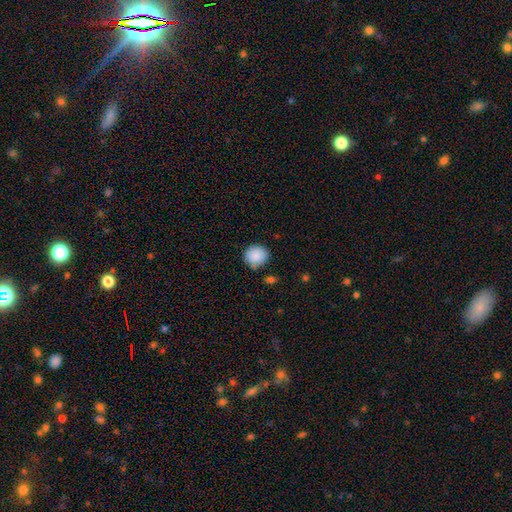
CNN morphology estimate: The model was most divided on "merging": none: 79%, minor disturbance: 13%, merger: 5%, major disturbance: 3%. More confident: smooth or featured — smooth (89%); how rounded — round (88%).